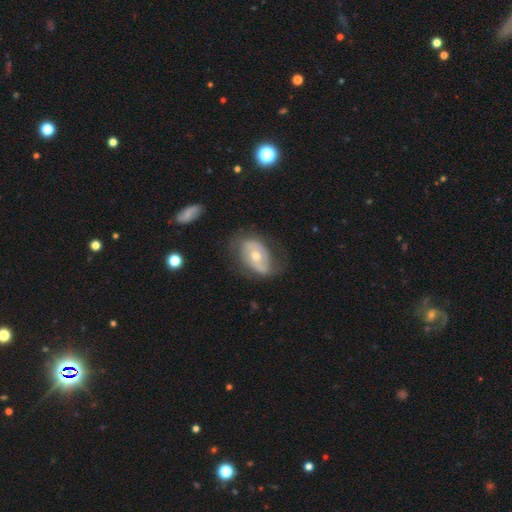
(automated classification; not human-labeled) smooth-or-featured: featured or disk: 63% | smooth: 30% | star or artifact: 7%
  disk-edge-on: no: 93% | yes: 7%
    bar: no: 60% | weak: 25% | strong: 15%
    has-spiral-arms: yes: 61% | no: 39%
    bulge-size: moderate: 56% | small: 40% | large: 2% | none: 1% | dominant: 1%
  merging: none: 58% | minor disturbance: 25% | major disturbance: 15% | merger: 2%